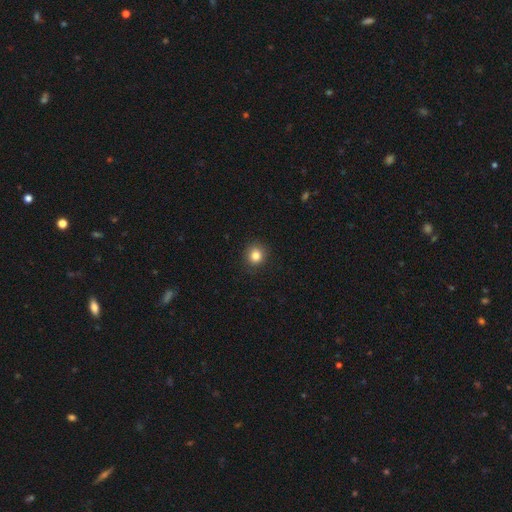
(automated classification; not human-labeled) A smooth galaxy with no disk features (83%) that is round (86%). Merging: none (89%).